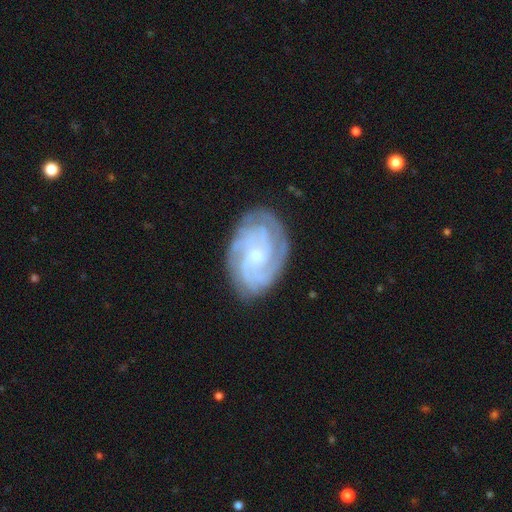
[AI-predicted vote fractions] A featured or disk galaxy (84%) with no bar (58%), 3 (30%) tight (64%) spiral arms (97%) and a small central bulge (62%).

Vote fractions:
- Smooth or featured? featured or disk: 84% / smooth: 10% / star or artifact: 6%
- Edge-on disk? no: 97% / yes: 3%
- Bar? no: 58% / weak: 35% / strong: 6%
- Spiral arms? yes: 97% / no: 3%
- Spiral winding? tight: 64% / medium: 31% / loose: 6%
- Spiral arm count? 3: 30% / can't tell: 23% / 4: 19% / 2: 17% / more than 4: 6% / 1: 6%
- Bulge size? small: 62% / moderate: 28% / none: 7% / large: 2% / dominant: 1%
- Merging? none: 78% / minor disturbance: 16% / major disturbance: 5% / merger: 1%